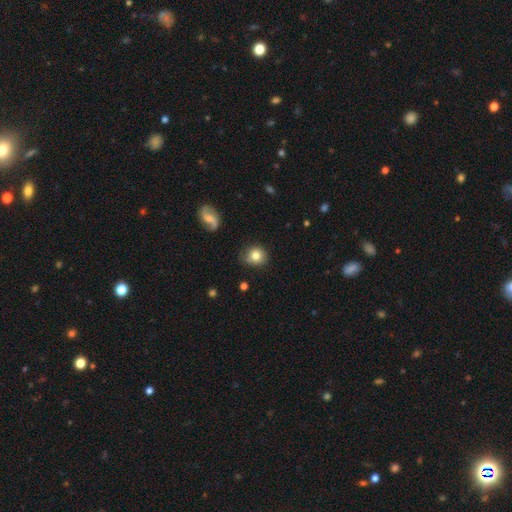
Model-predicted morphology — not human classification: This appears to be a smooth galaxy with no disk features (78%) that is round (83%). Merging: none (75%).